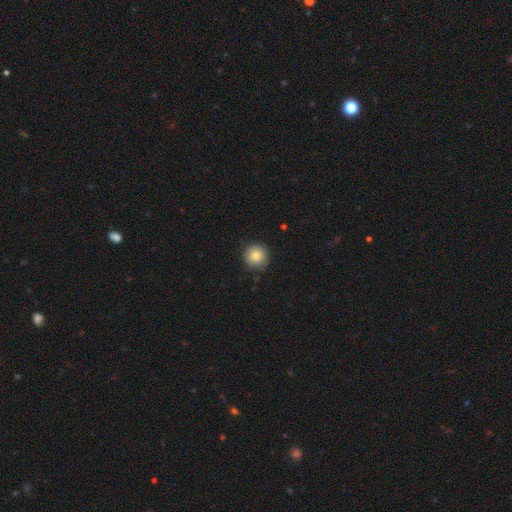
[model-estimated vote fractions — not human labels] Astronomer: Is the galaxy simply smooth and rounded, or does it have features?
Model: smooth — 82%.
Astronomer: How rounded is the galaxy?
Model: round — 96%.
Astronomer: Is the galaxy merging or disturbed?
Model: none — 89%.